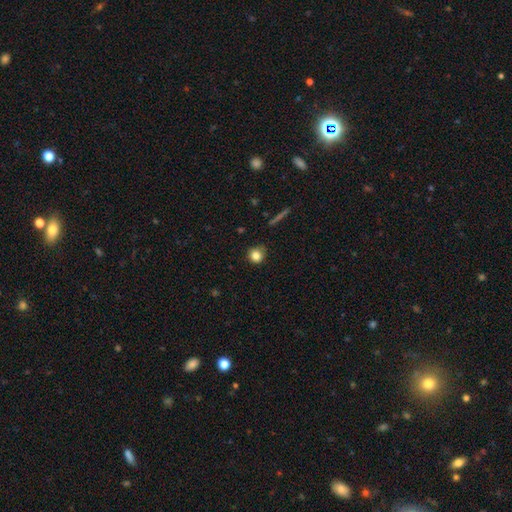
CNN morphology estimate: smooth 82%, star or artifact 11%, featured or disk 7%. Down the decision tree: how rounded — round (91%); merging — none (83%).